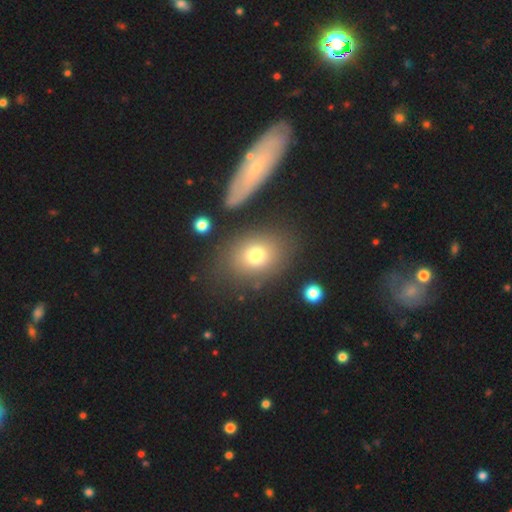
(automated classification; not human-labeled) Morphology: type=smooth (73%); roundness=in between (53%); merging=none (77%).